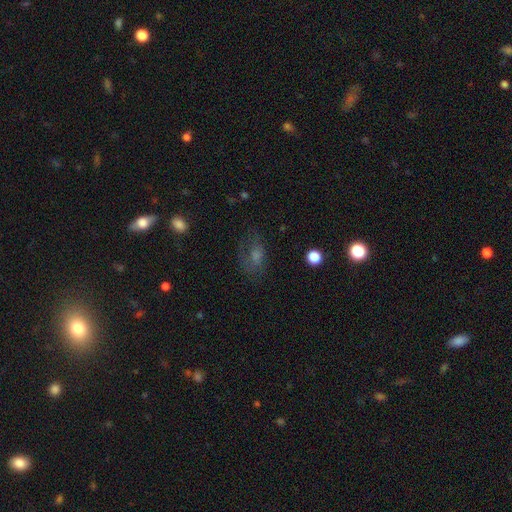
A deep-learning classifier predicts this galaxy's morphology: This is possibly a smooth galaxy (50%). How rounded: likely in between (76%). Merging: possibly none (54%).